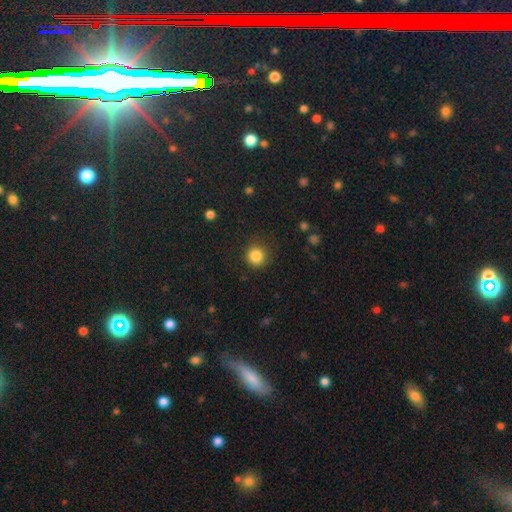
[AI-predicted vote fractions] A smooth galaxy with no disk features (85%) that is round (93%). Merging: none (88%).